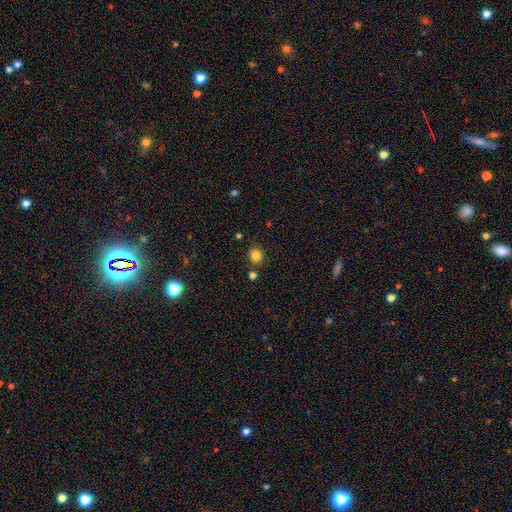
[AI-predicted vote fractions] A smooth galaxy with no disk features (82%) that is round (71%).

Vote fractions:
- Smooth or featured? smooth: 82% / star or artifact: 12% / featured or disk: 5%
- How rounded? round: 71% / in between: 28% / cigar-shaped: 1%
- Merging? none: 81% / minor disturbance: 10% / merger: 6% / major disturbance: 3%